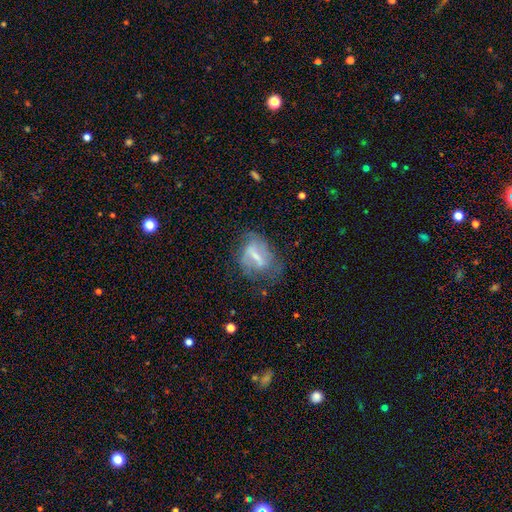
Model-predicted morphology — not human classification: The model was most divided on "spiral arms": yes: 52%, no: 48%. Remaining: edge-on disk — no (91%); smooth or featured — featured or disk (63%); bar — strong (55%); merging — none (49%); bulge size — small (42%).